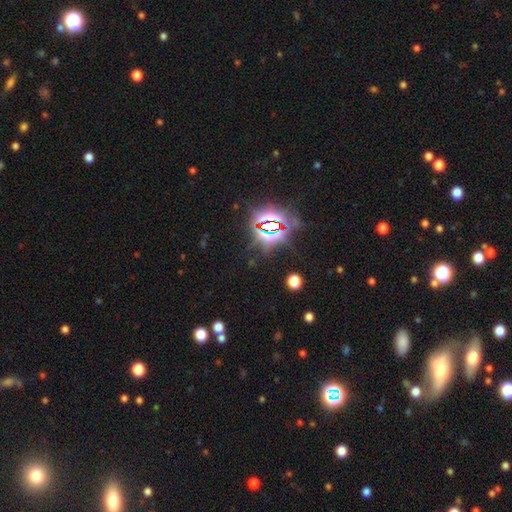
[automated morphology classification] Q: Smooth or featured?
A: star or artifact (82%); runner-up: smooth (10%)